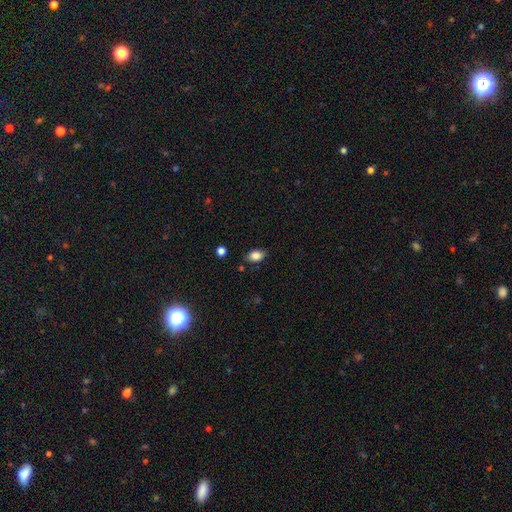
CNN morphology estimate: This appears to be a smooth galaxy with no disk features (84%) that is in between round and cigar-shaped (87%). Merging: none (82%).